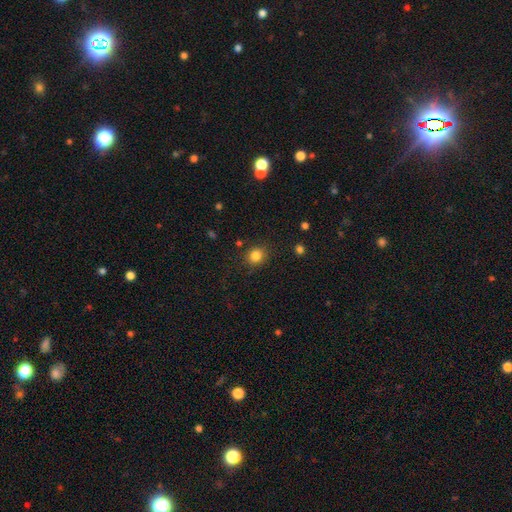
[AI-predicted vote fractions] smooth 83%, star or artifact 12%, featured or disk 5%. Down the decision tree: how rounded — round (76%); merging — none (86%).